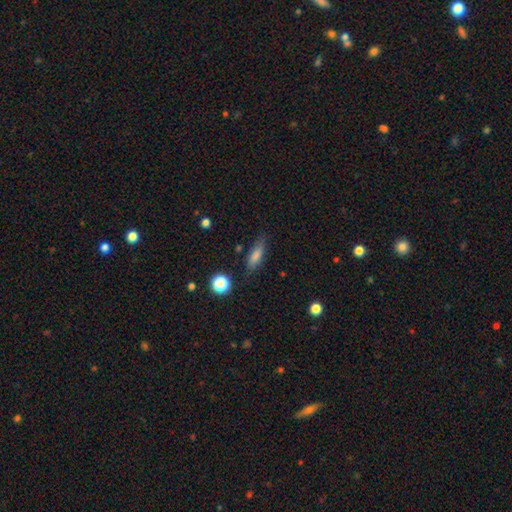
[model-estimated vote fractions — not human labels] This appears to be a smooth galaxy with no disk features (73%) that is cigar-shaped (48%). Merging: none (78%).